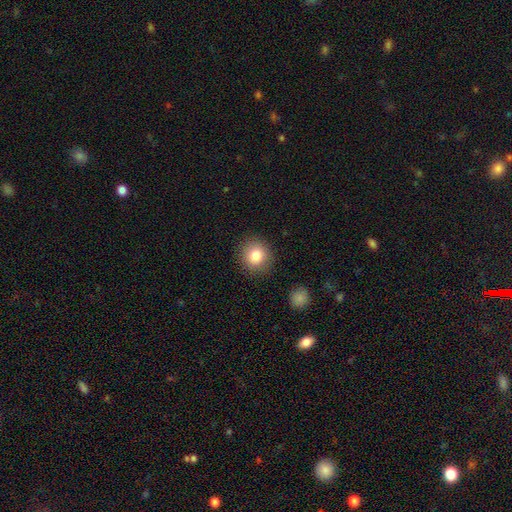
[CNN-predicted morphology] Smooth or featured?
  - smooth: 82% *
  - star or artifact: 10%
  - featured or disk: 8%
How rounded?
  - round: 87% *
  - in between: 12%
  - cigar-shaped: 1%
Merging?
  - none: 89% *
  - minor disturbance: 7%
  - major disturbance: 3%
  - merger: 1%